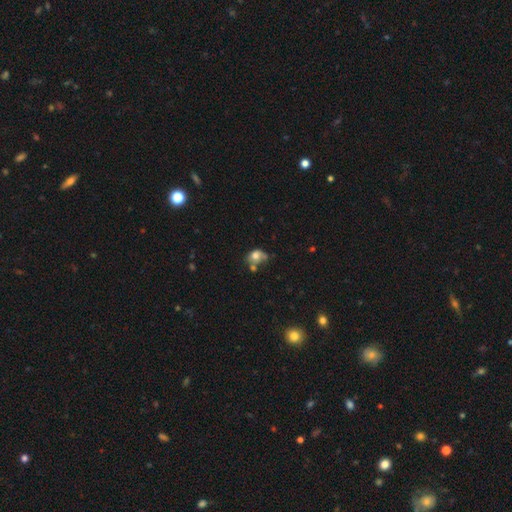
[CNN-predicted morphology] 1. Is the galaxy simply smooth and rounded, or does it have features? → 69% smooth, 20% featured or disk, 11% star or artifact.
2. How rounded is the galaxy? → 57% in between, 41% round, 1% cigar-shaped.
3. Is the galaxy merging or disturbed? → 32% none, 27% minor disturbance, 25% merger, 15% major disturbance.